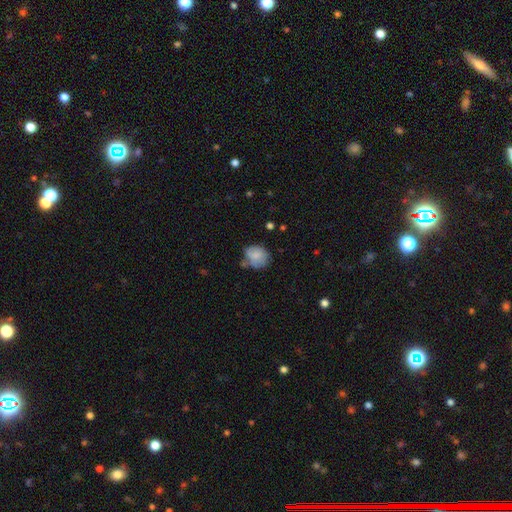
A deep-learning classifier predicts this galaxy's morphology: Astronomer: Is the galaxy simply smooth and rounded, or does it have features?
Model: smooth — 73%.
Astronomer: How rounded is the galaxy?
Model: round — 59% (runner-up: in between, 40%).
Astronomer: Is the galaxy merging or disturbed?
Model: none — 51% (runner-up: minor disturbance, 30%).